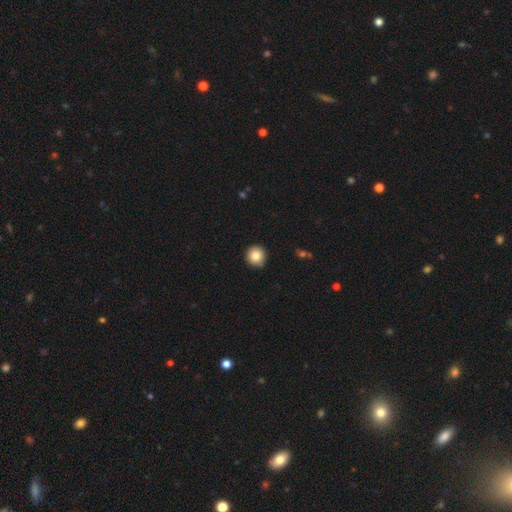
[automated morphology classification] The model was most divided on "smooth or featured": smooth: 84%, star or artifact: 9%, featured or disk: 7%. More confident: how rounded — round (95%); merging — none (92%).